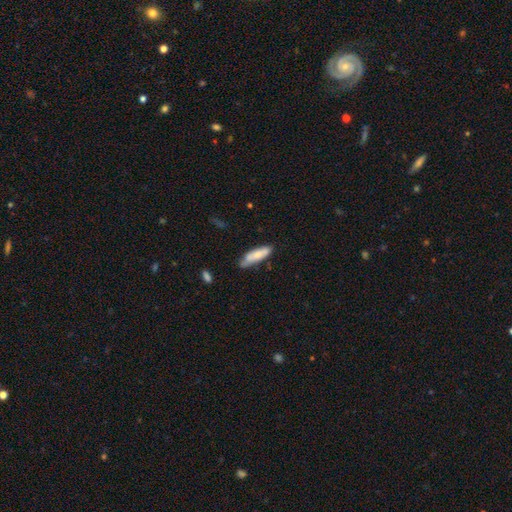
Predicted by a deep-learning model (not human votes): smooth_or_featured: smooth (p=0.70) [alt: featured or disk p=0.24]
how_rounded: cigar-shaped (p=0.59) [alt: in between p=0.39]
merging: none (p=0.65) [alt: minor disturbance p=0.27]